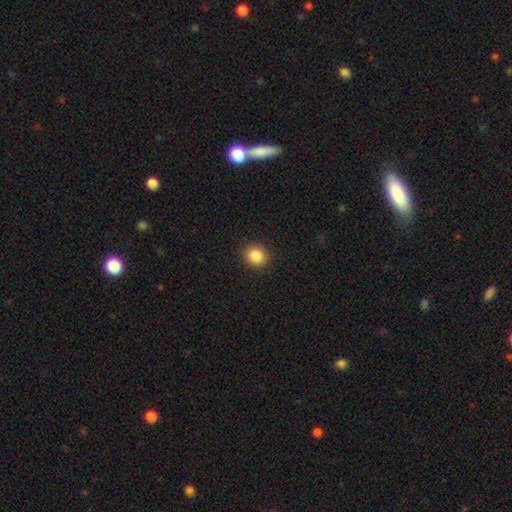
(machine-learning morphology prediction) A smooth galaxy with no disk features (86%) that is round (80%). Merging: none (91%).